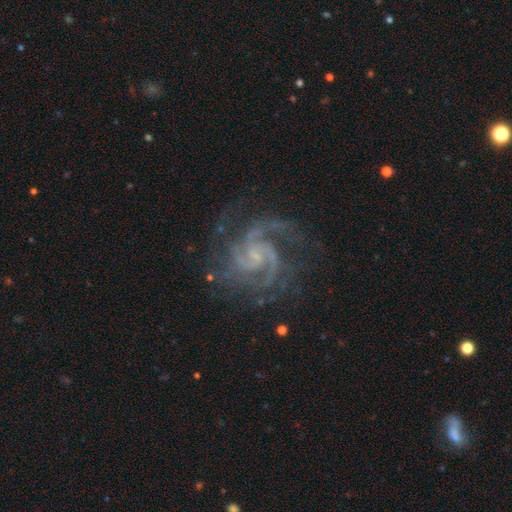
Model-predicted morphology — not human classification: Smooth or featured? Predicted: featured or disk (p=0.93). Edge-on disk? Predicted: no (p=0.99). Bar? Predicted: no (p=0.47). Spiral arms? Predicted: yes (p=0.99). Spiral winding? Predicted: medium (p=0.48). Spiral arm count? Predicted: 2 (p=0.44). Bulge size? Predicted: small (p=0.68). Merging? Predicted: none (p=0.73).